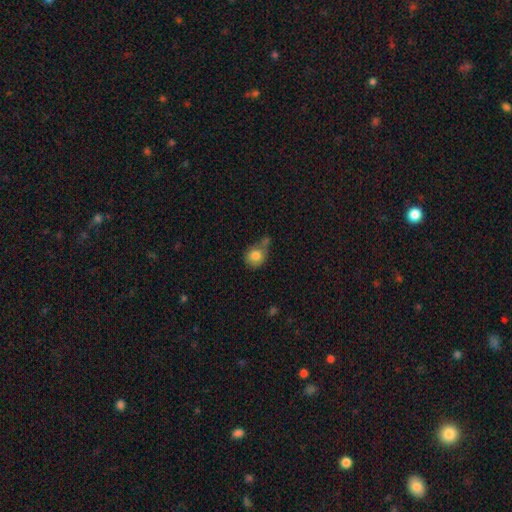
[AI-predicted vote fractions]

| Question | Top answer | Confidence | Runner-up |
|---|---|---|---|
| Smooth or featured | smooth | 82% | featured or disk (10%) |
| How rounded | round | 74% | in between (25%) |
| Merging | none | 47% | minor disturbance (24%) |